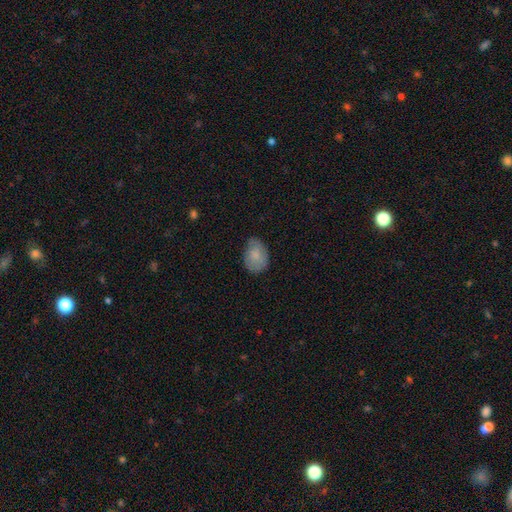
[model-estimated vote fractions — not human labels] smooth 79%, featured or disk 14%, star or artifact 7%. Down the decision tree: how rounded — in between (73%); merging — none (62%).